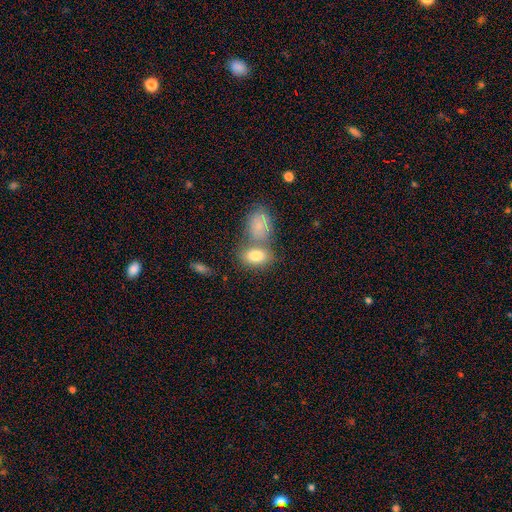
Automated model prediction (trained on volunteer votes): This is clearly a smooth galaxy (80%). How rounded: clearly in between (87%). Merging: marginally none (43%).